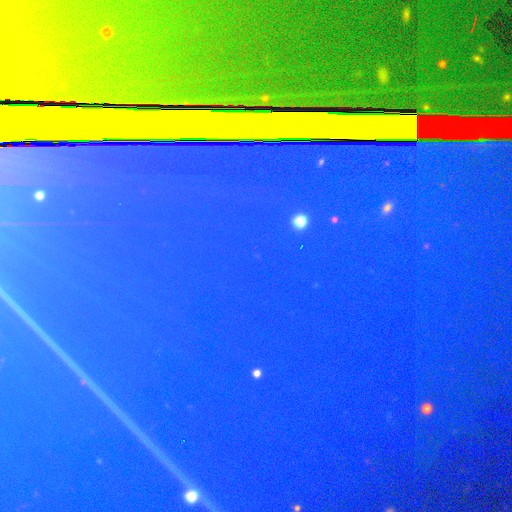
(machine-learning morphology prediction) Smooth or featured?
  - star or artifact: 79% *
  - smooth: 13%
  - featured or disk: 8%